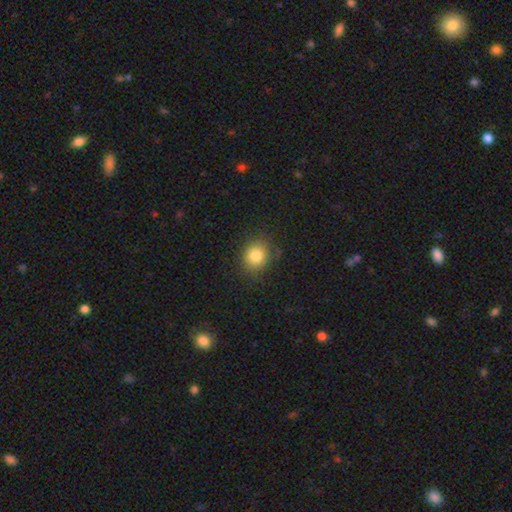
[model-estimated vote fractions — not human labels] Smooth or featured?
  - smooth: 83% *
  - star or artifact: 11%
  - featured or disk: 6%
How rounded?
  - round: 68% *
  - in between: 31%
  - cigar-shaped: 1%
Merging?
  - none: 83% *
  - minor disturbance: 12%
  - major disturbance: 4%
  - merger: 1%